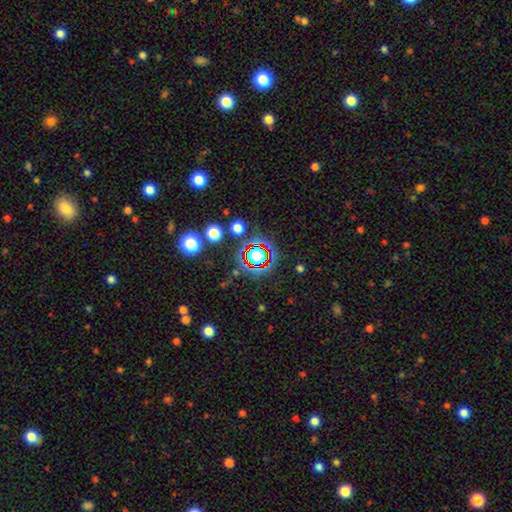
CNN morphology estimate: star or artifact 54%, smooth 33%, featured or disk 13%.